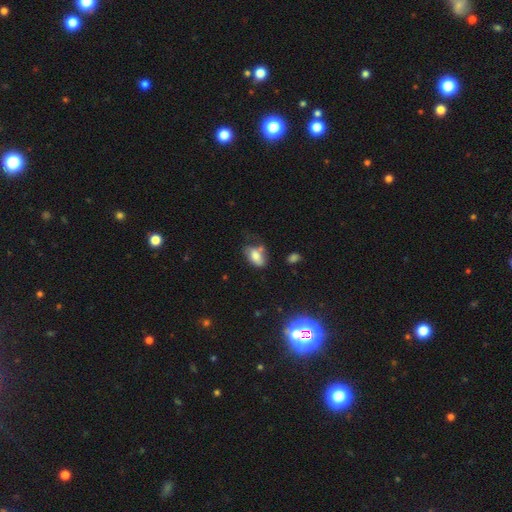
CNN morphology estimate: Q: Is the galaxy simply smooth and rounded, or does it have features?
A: smooth — 74%.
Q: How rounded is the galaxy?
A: in between — 90%.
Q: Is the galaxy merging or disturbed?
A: none — 37%.